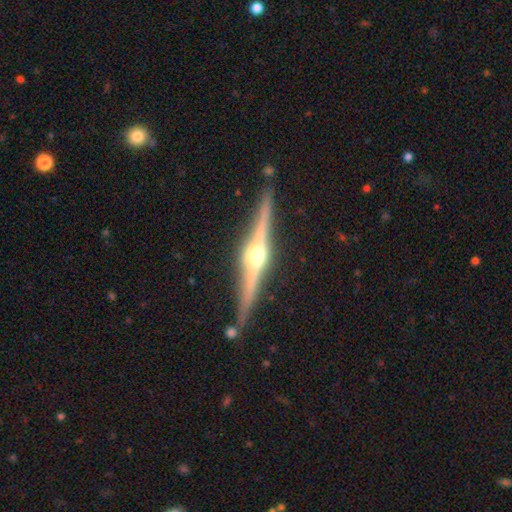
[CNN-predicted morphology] type=featured or disk (87%); edge-on=yes (98%); edge-on bulge=rounded (95%); merging=none (87%).